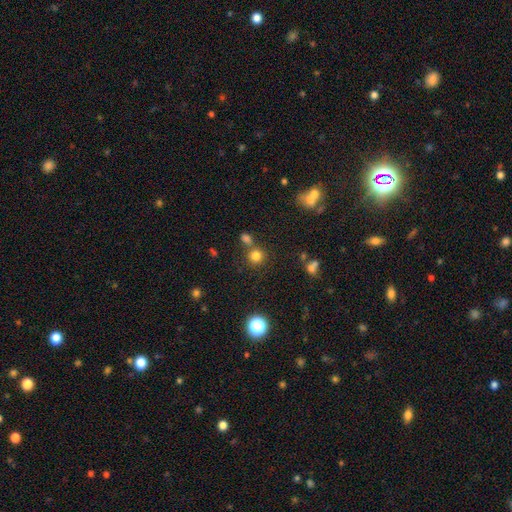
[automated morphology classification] Q: Smooth or featured?
A: smooth (77%); runner-up: star or artifact (17%)
Q: How rounded?
A: round (90%); runner-up: in between (9%)
Q: Merging?
A: none (67%); runner-up: merger (22%)